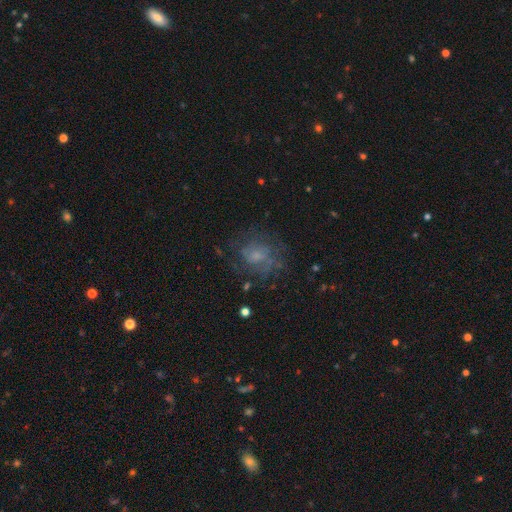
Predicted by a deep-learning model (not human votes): Smooth or featured?
  - featured or disk: 48% *
  - smooth: 34%
  - star or artifact: 18%
Merging?
  - none: 65% *
  - minor disturbance: 18%
  - major disturbance: 15%
  - merger: 2%